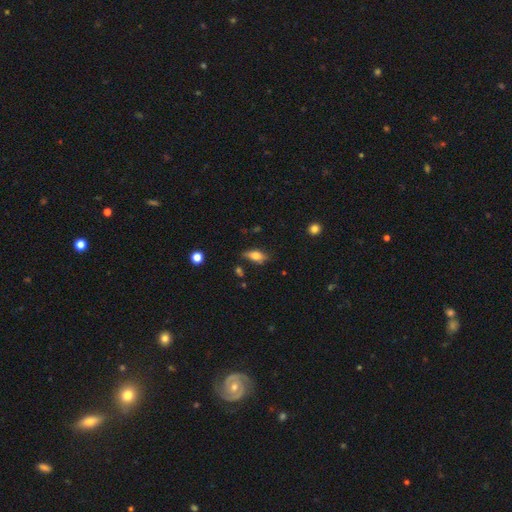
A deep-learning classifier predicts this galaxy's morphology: smooth_or_featured: smooth (p=0.72) [alt: featured or disk p=0.20]
how_rounded: in between (p=0.83) [alt: cigar-shaped p=0.12]
merging: none (p=0.64) [alt: minor disturbance p=0.26]